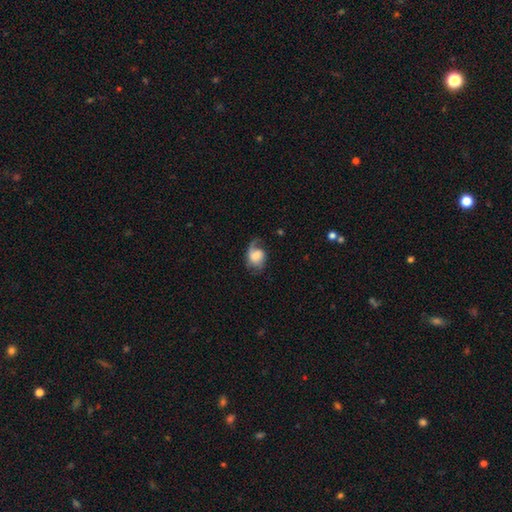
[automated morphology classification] featured or disk 52%, smooth 40%, star or artifact 8%. Down the decision tree: edge-on disk — no (97%); bar — no (63%); spiral arms — yes (87%); bulge size — large (28%); merging — none (40%).